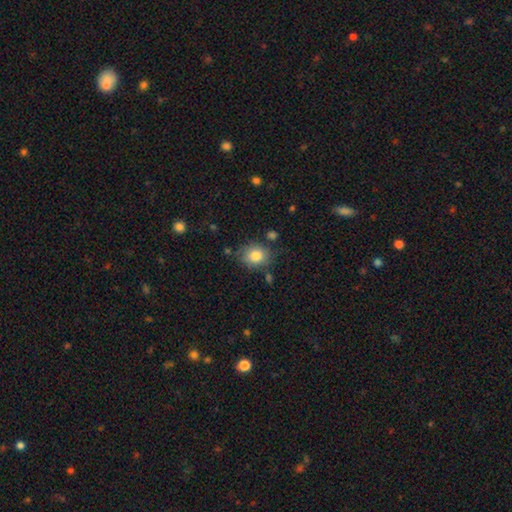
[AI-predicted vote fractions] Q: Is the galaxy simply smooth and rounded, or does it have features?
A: smooth — 82%.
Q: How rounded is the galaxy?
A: round — 61%.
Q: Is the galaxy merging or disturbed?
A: none — 75%.